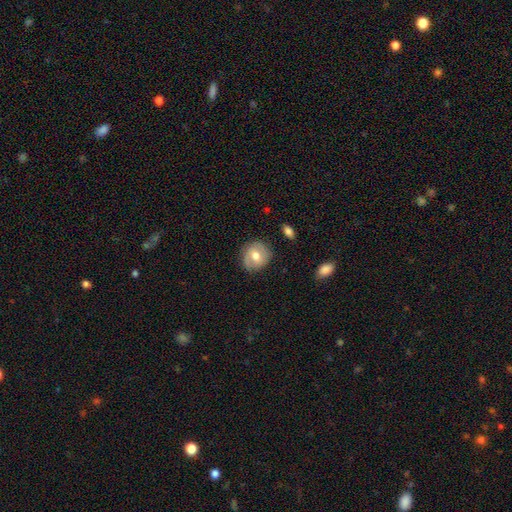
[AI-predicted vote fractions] Morphology: type=smooth (54%); roundness=round (79%); merging=none (78%).